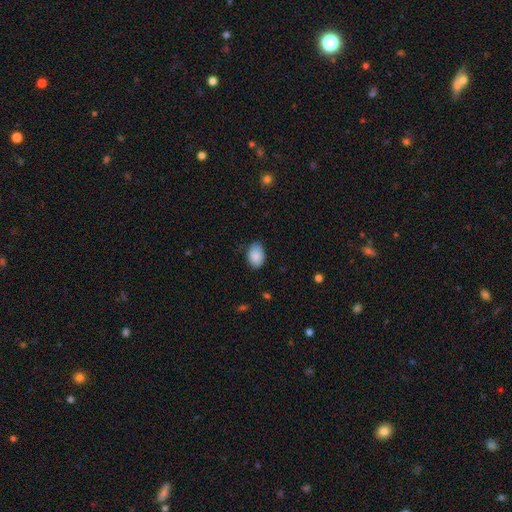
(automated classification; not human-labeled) Q: Smooth or featured?
A: smooth (89%); runner-up: star or artifact (6%)
Q: How rounded?
A: in between (86%); runner-up: round (13%)
Q: Merging?
A: none (79%); runner-up: minor disturbance (17%)